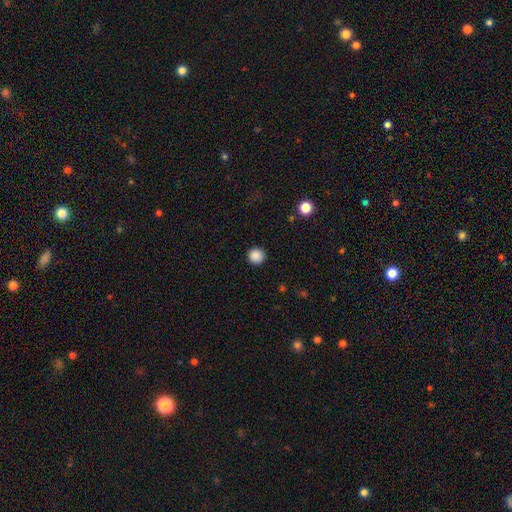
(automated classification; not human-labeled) This is clearly a smooth galaxy (87%). How rounded: clearly round (96%). Merging: clearly none (92%).